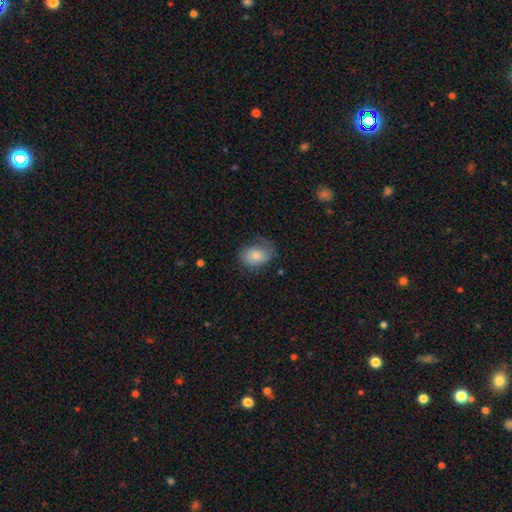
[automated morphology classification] Smooth or featured: smooth — 70% (featured or disk — 23%)
How rounded: in between — 69% (round — 30%)
Merging: none — 54% (minor disturbance — 29%)